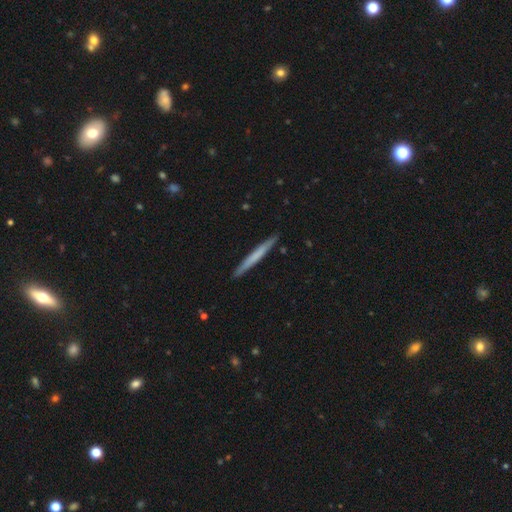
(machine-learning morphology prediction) type=smooth (58%); roundness=cigar-shaped (97%); merging=none (91%).